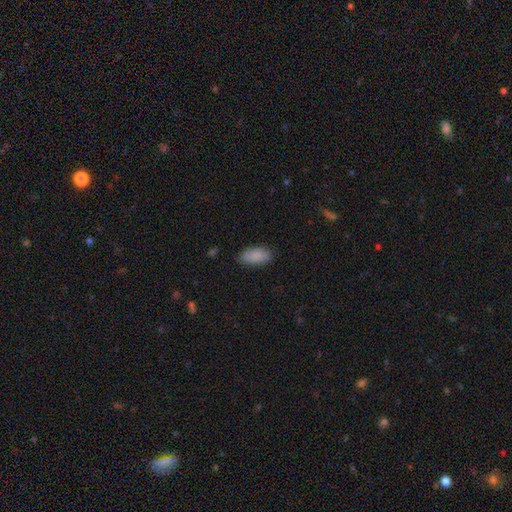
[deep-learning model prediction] This is clearly a smooth galaxy (84%). How rounded: clearly in between (92%). Merging: likely none (78%).